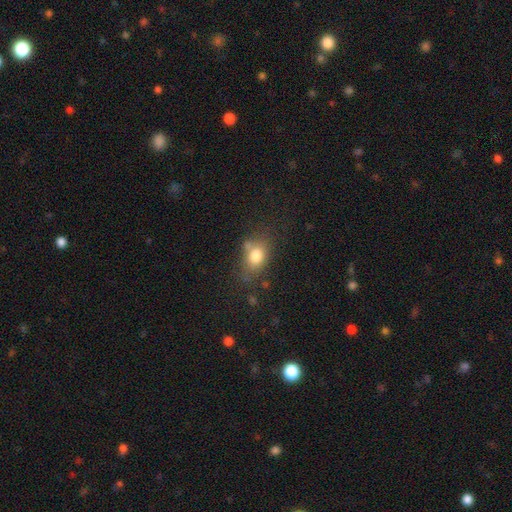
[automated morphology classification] Smooth or featured? smooth (78%)
How rounded? in between (68%)
Merging? none (57%)